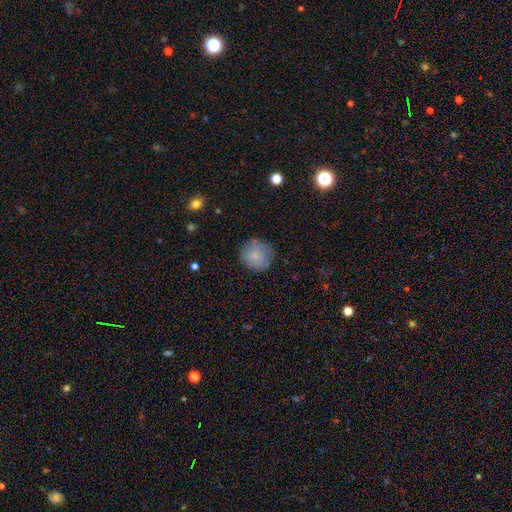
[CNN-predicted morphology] smooth_or_featured: smooth (p=0.82) [alt: featured or disk p=0.10]
how_rounded: round (p=0.91) [alt: in between p=0.08]
merging: none (p=0.82) [alt: minor disturbance p=0.14]